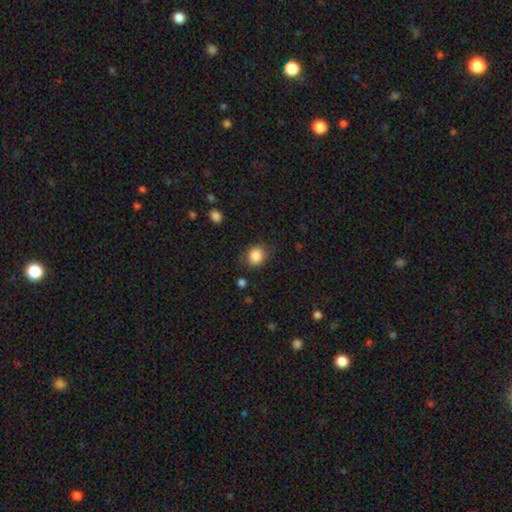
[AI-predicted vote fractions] Smooth or featured?
  - smooth: 87% *
  - star or artifact: 9%
  - featured or disk: 4%
How rounded?
  - round: 71% *
  - in between: 28%
  - cigar-shaped: 1%
Merging?
  - none: 79% *
  - minor disturbance: 15%
  - major disturbance: 4%
  - merger: 2%